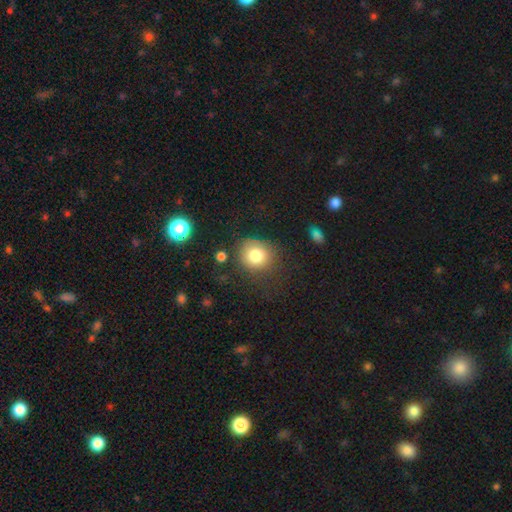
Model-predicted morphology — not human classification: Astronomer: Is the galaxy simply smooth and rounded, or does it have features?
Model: smooth — 80%.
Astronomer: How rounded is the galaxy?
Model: round — 81%.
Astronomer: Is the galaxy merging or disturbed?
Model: none — 72%.